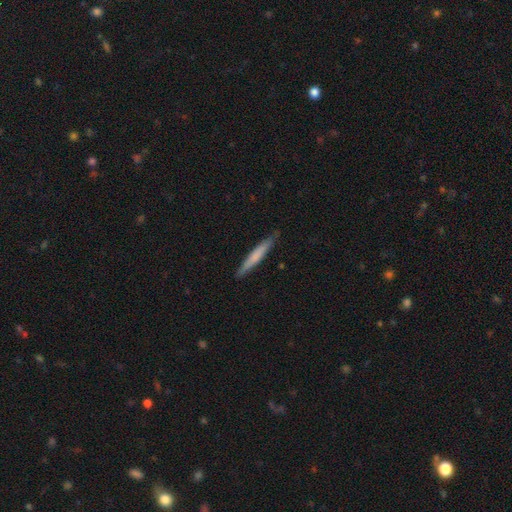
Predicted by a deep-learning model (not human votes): Q: Smooth or featured?
A: smooth (64%); runner-up: featured or disk (31%)
Q: How rounded?
A: cigar-shaped (95%); runner-up: in between (3%)
Q: Merging?
A: none (88%); runner-up: minor disturbance (10%)